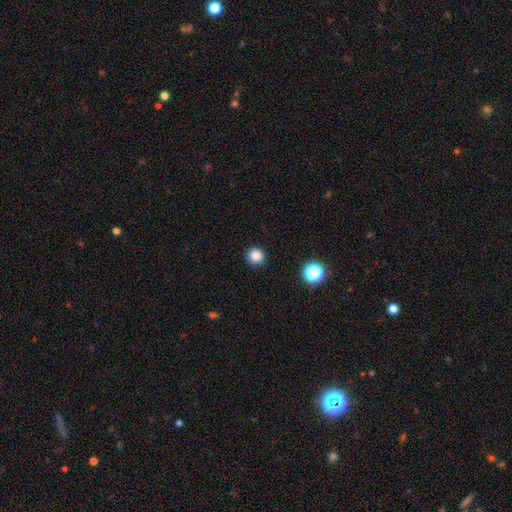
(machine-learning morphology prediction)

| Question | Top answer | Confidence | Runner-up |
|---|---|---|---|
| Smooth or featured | smooth | 84% | star or artifact (13%) |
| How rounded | round | 95% | in between (4%) |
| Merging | none | 91% | minor disturbance (6%) |